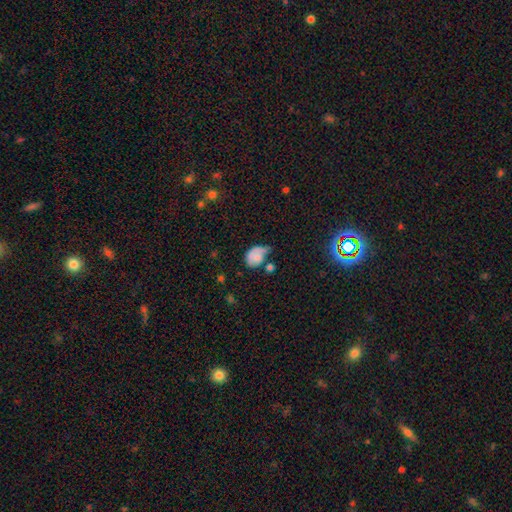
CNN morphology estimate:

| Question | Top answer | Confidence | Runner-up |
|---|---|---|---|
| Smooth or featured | smooth | 63% | featured or disk (28%) |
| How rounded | in between | 63% | round (36%) |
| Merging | minor disturbance | 35% | none (27%) |